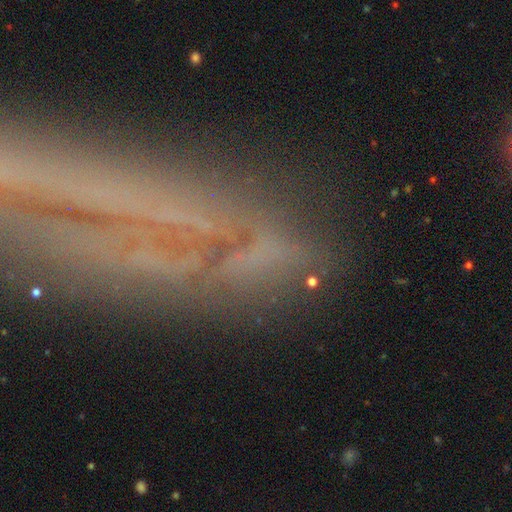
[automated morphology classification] A featured or disk galaxy (53%). Merging: none (67%).